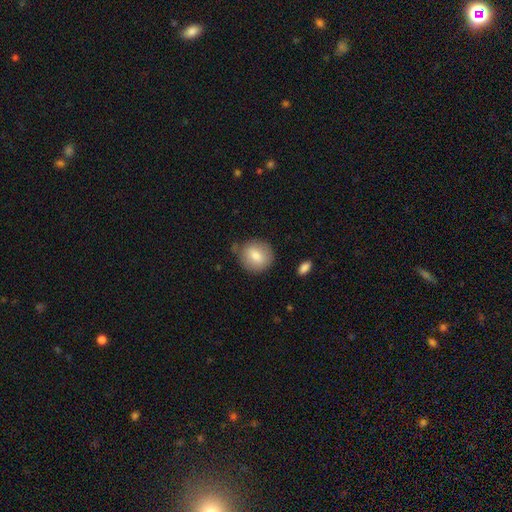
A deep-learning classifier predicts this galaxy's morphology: The model was most divided on "merging": none: 75%, minor disturbance: 16%, merger: 4%, major disturbance: 4%. More confident: smooth or featured — smooth (79%); how rounded — round (79%).